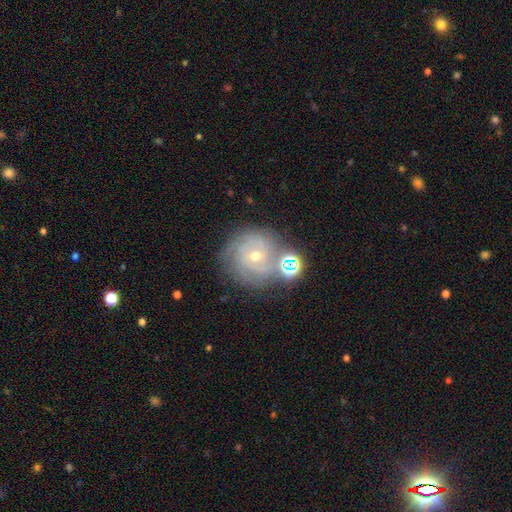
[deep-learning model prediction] The model was most divided on "spiral arm count" (2-way tie): can't tell: 29%, 3: 29%, 2: 17%, 4: 14%, more than 4: 6%, 1: 5%. More confident: edge-on disk — no (97%); spiral arms — yes (93%); smooth or featured — featured or disk (74%); spiral winding — tight (71%); bar — no (70%); merging — none (70%); bulge size — small (59%).